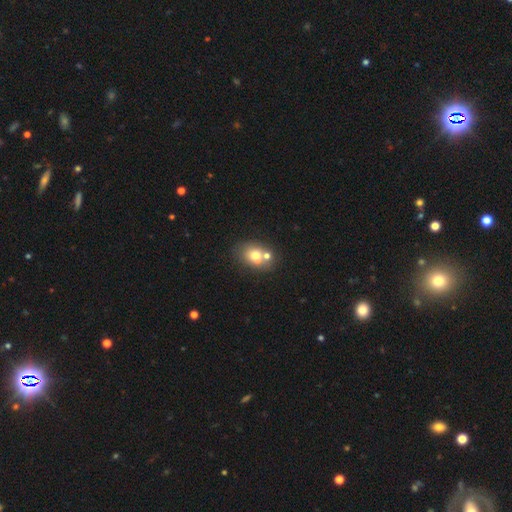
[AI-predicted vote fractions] A smooth galaxy with no disk features (67%) that is in between round and cigar-shaped (58%). Merging: none (46%).